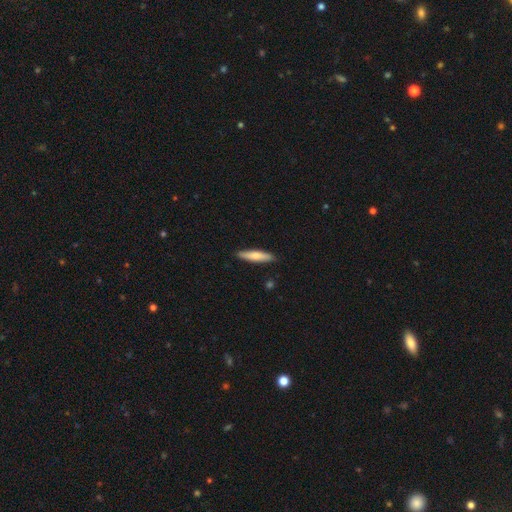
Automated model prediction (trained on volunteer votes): Q: Smooth or featured?
A: smooth (68%); runner-up: featured or disk (27%)
Q: How rounded?
A: cigar-shaped (83%); runner-up: in between (15%)
Q: Merging?
A: none (89%); runner-up: minor disturbance (9%)